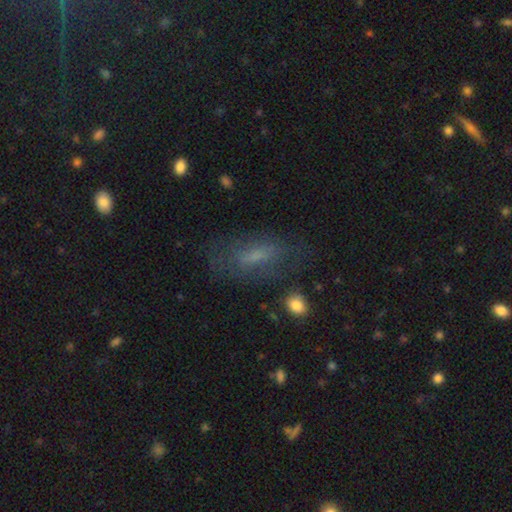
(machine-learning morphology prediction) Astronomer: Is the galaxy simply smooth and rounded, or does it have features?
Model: smooth — 50% (runner-up: featured or disk, 37%).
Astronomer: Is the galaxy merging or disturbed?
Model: none — 64%.